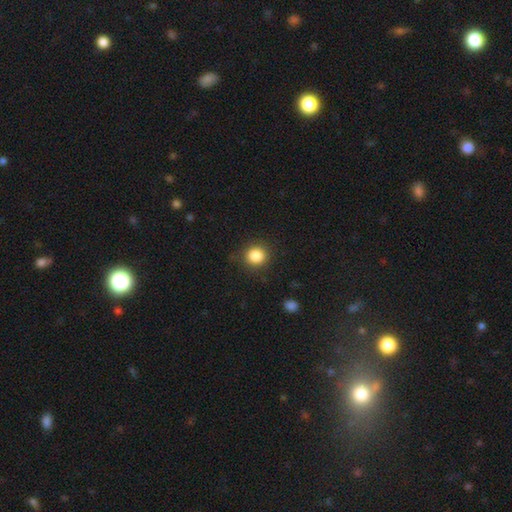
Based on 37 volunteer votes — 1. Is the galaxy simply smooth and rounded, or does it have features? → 92% smooth, 8% star or artifact, 0% featured or disk.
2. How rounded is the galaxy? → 79% round, 21% in between, 0% cigar-shaped.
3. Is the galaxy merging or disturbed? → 79% none, 18% minor disturbance, 3% major disturbance, 0% merger.